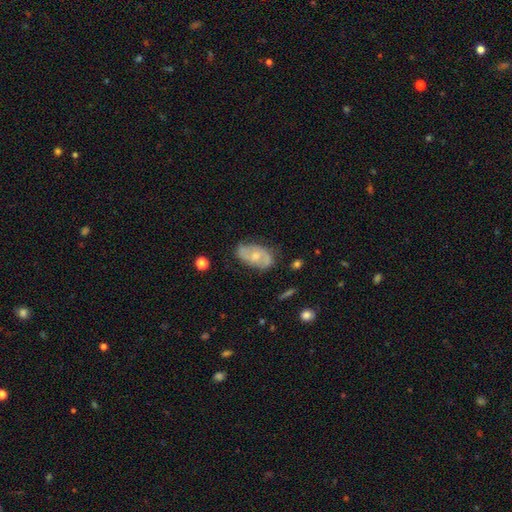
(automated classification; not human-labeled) Morphology: type=featured or disk (66%); edge-on=no (94%); bar=no (66%); spiral arms=yes (83%); winding=medium (44%); arm count=2 (80%); bulge=moderate (53%); merging=none (73%).